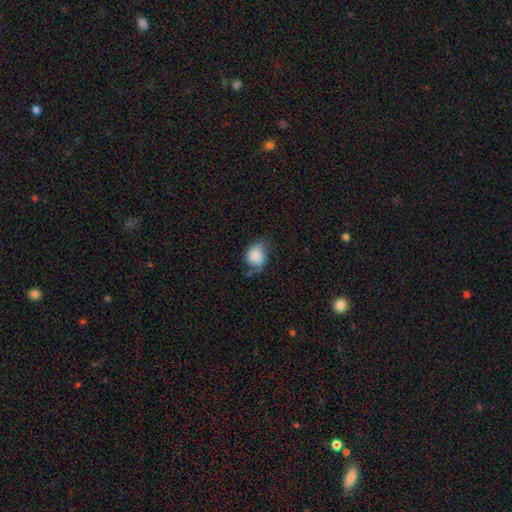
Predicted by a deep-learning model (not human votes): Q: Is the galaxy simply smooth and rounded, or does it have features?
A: smooth — 73%.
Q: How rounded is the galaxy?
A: round — 52%.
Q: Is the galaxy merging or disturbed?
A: none — 46%.